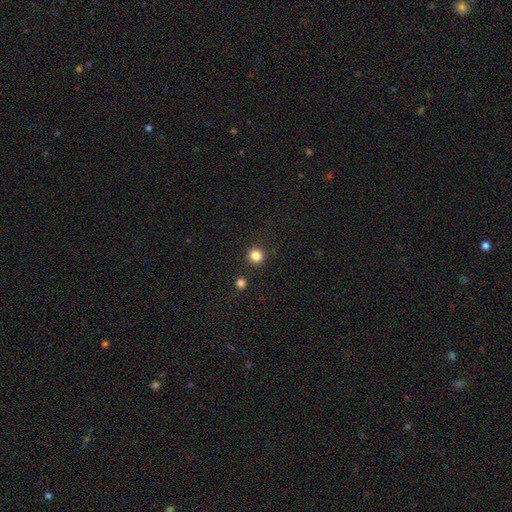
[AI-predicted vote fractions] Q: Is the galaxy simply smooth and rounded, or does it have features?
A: smooth — 83%.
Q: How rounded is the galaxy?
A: round — 92%.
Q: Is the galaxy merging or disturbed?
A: none — 89%.